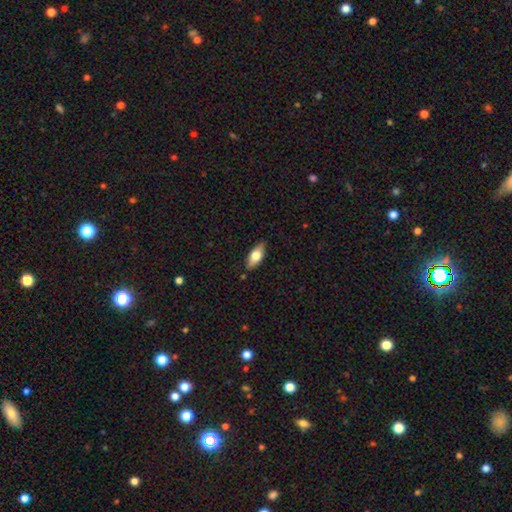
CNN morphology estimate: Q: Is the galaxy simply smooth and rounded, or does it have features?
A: smooth — 67%.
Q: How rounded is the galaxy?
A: in between — 81%.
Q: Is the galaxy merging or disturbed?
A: none — 86%.